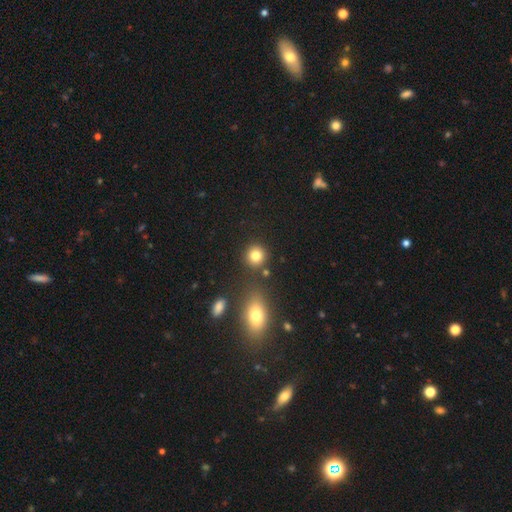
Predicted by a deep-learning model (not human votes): smooth_or_featured: smooth (p=0.82) [alt: star or artifact p=0.11]
how_rounded: round (p=0.88) [alt: in between p=0.11]
merging: none (p=0.81) [alt: minor disturbance p=0.08]